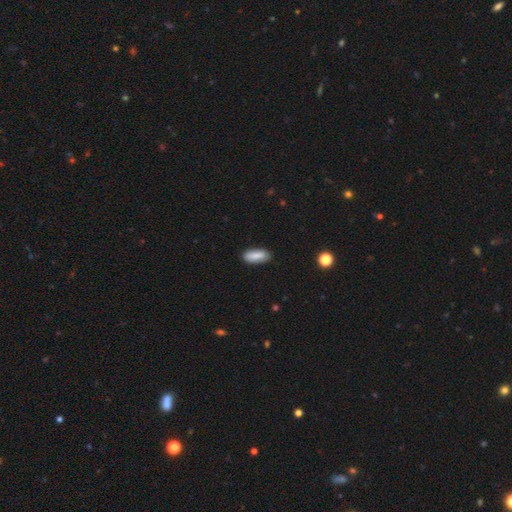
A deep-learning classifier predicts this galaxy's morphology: Overall: smooth (84%). How rounded: in between (78%). Merging: none (86%).